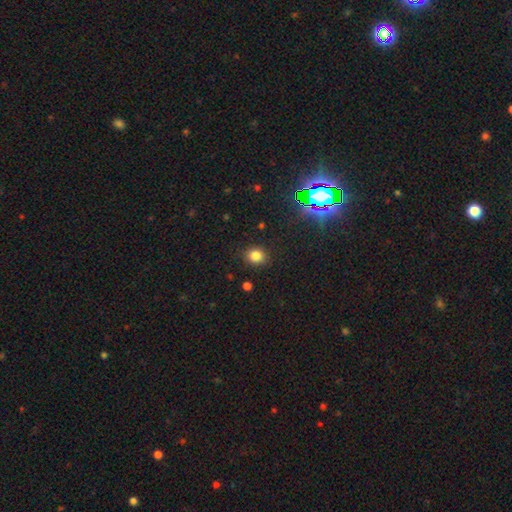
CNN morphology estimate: Smooth or featured: smooth — 82% (star or artifact — 14%)
How rounded: round — 70% (in between — 29%)
Merging: none — 88% (minor disturbance — 8%)